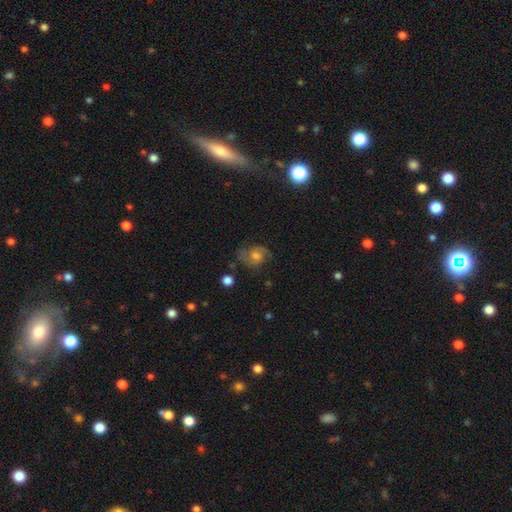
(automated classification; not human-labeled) A featured or disk galaxy (47%). Merging: none (63%).